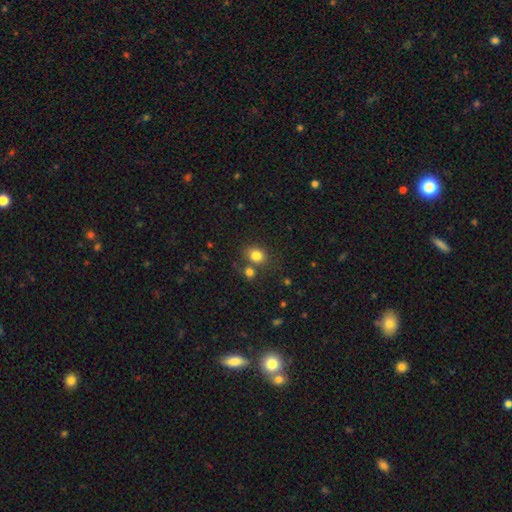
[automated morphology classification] A smooth galaxy with no disk features (80%) that is round (63%). Merging: none (63%).